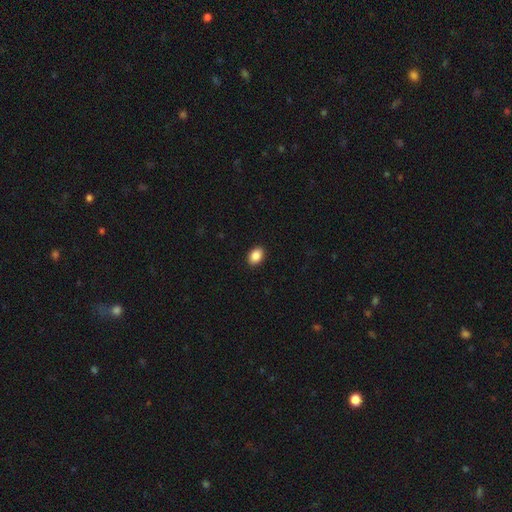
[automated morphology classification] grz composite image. It shows a smooth galaxy with no disk features (88%) that is in between round and cigar-shaped (80%). Merging: none (91%).